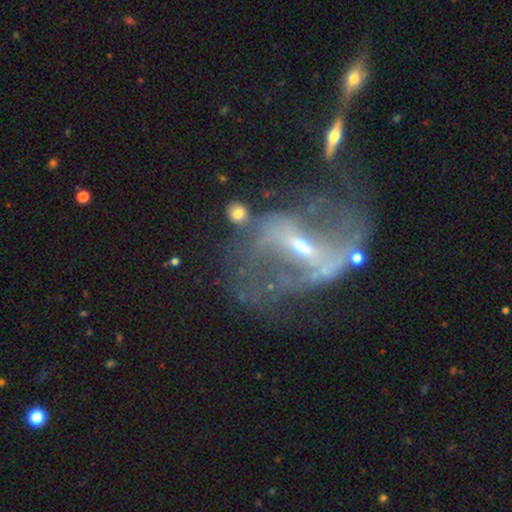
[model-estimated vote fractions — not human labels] smooth-or-featured: featured or disk: 83% | star or artifact: 10% | smooth: 8%
  disk-edge-on: no: 95% | yes: 5%
    bar: strong: 50% | weak: 32% | no: 17%
    has-spiral-arms: yes: 78% | no: 22%
      spiral-winding: loose: 56% | medium: 32% | tight: 12%
      spiral-arm-count: 2: 76% | can't tell: 13% | 1: 5% | 3: 3% | 4: 2% | more than 4: 2%
    bulge-size: small: 67% | moderate: 27% | none: 3% | large: 2% | dominant: 1%
  merging: none: 36% | major disturbance: 34% | minor disturbance: 19% | merger: 11%